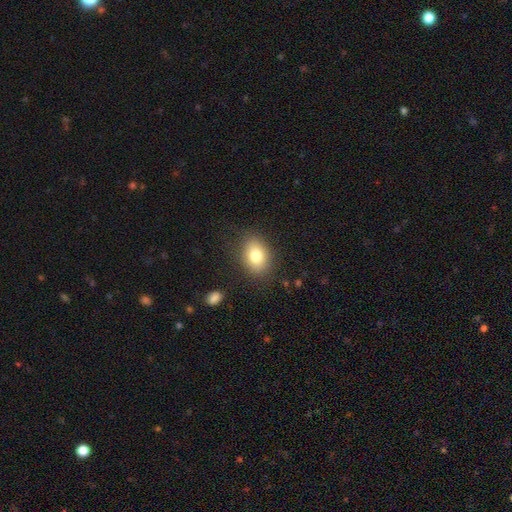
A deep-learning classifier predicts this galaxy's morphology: A smooth galaxy with no disk features (80%) that is in between round and cigar-shaped (72%).

Vote fractions:
- Smooth or featured? smooth: 80% / featured or disk: 11% / star or artifact: 9%
- How rounded? in between: 72% / round: 27% / cigar-shaped: 1%
- Merging? none: 83% / minor disturbance: 12% / major disturbance: 4% / merger: 2%